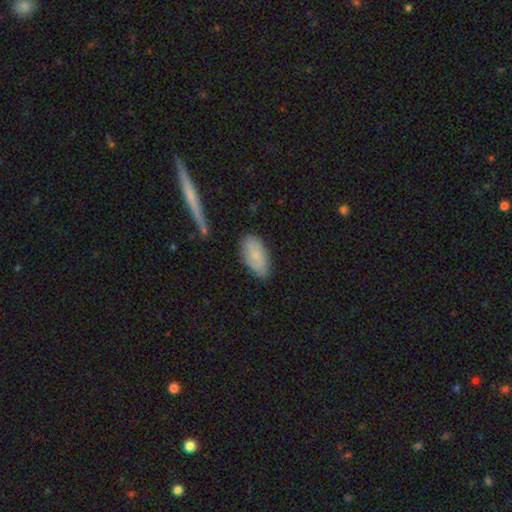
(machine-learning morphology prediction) Smooth or featured? Predicted: smooth (p=0.74). How rounded? Predicted: in between (p=0.92). Merging? Predicted: none (p=0.77).